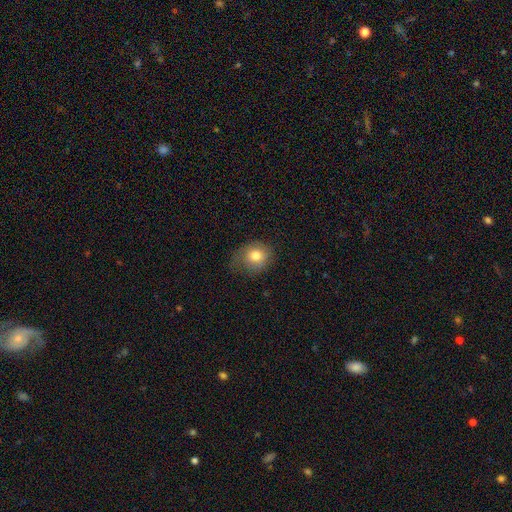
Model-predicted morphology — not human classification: A smooth galaxy with no disk features (77%) that is round (68%). Merging: none (51%).